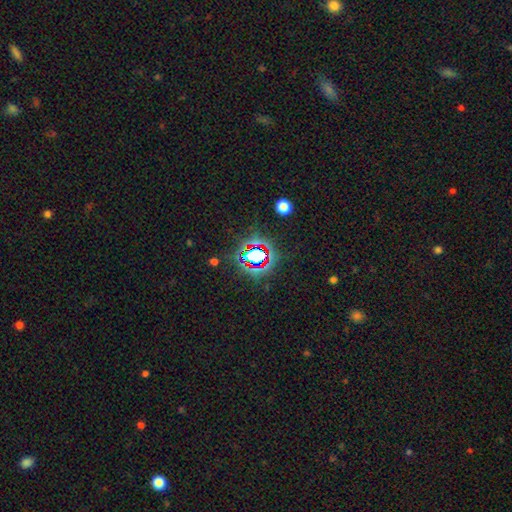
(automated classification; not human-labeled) smooth-or-featured: star or artifact: 74% | smooth: 16% | featured or disk: 10%